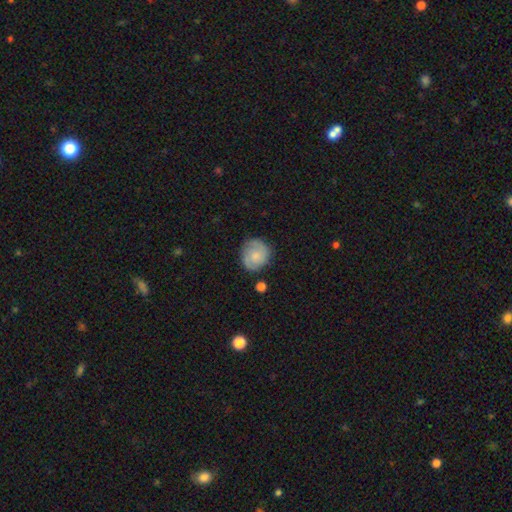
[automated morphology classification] The model was most divided on "smooth or featured": smooth: 56%, featured or disk: 36%, star or artifact: 8%. More confident: how rounded — round (81%); merging — none (74%).